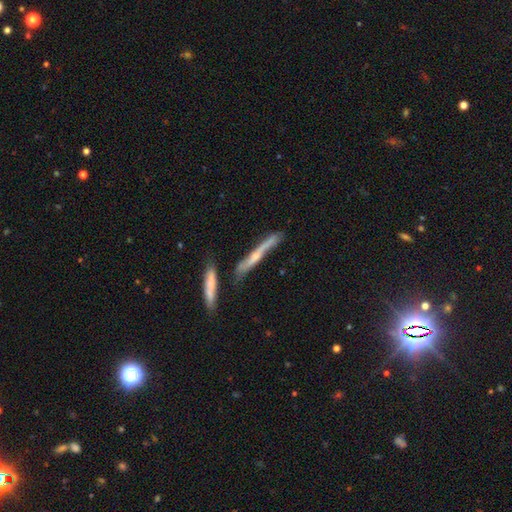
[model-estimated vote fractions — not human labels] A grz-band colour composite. It shows a featured or disk galaxy (62%) viewed edge-on (85%) with a rounded central bulge (50%). Merging: none (55%).